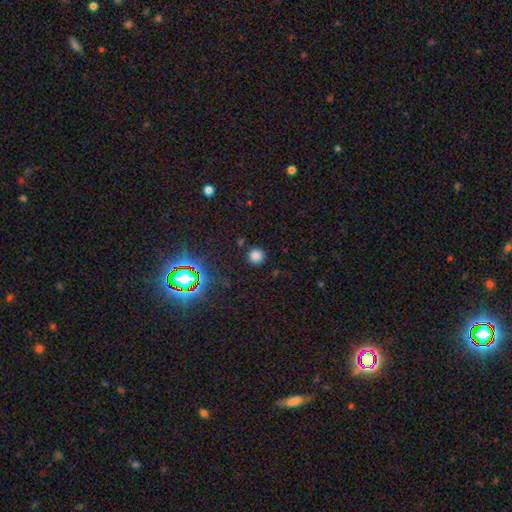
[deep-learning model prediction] Q: Smooth or featured?
A: smooth (76%); runner-up: star or artifact (19%)
Q: How rounded?
A: round (94%); runner-up: in between (5%)
Q: Merging?
A: none (88%); runner-up: minor disturbance (7%)